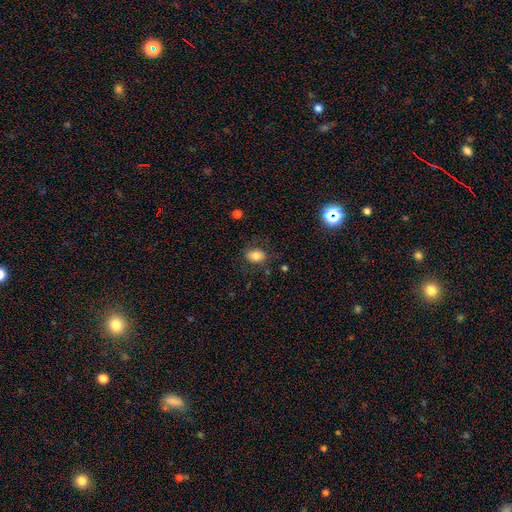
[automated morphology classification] type=smooth (80%); roundness=in between (74%); merging=none (76%).